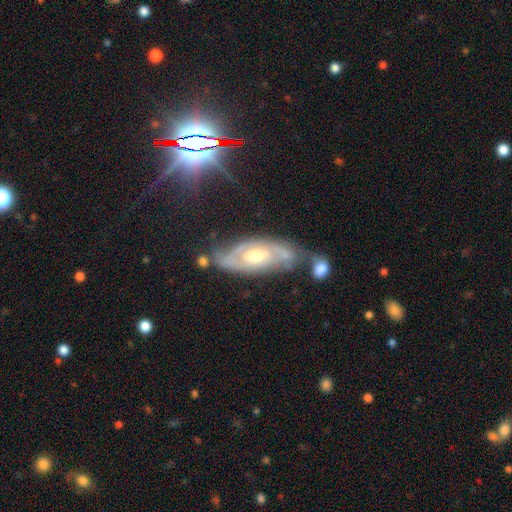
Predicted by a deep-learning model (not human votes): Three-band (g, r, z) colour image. It shows a featured or disk galaxy (75%) with no bar (56%), 2 (55%) tight (57%) spiral arms (83%) and a moderate central bulge (72%). Merging: none (64%).